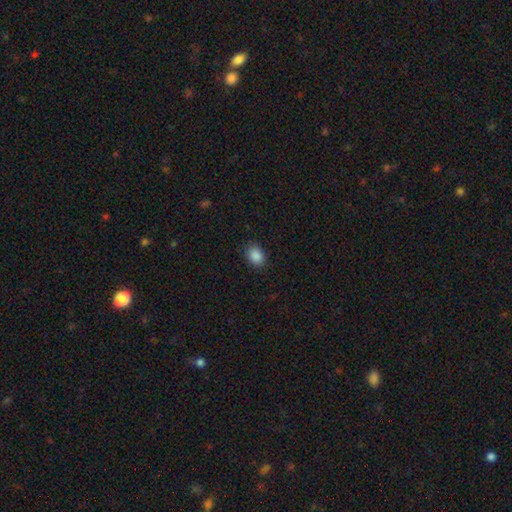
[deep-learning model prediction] Q: Smooth or featured?
A: smooth (88%); runner-up: star or artifact (9%)
Q: How rounded?
A: in between (67%); runner-up: round (32%)
Q: Merging?
A: none (87%); runner-up: minor disturbance (10%)